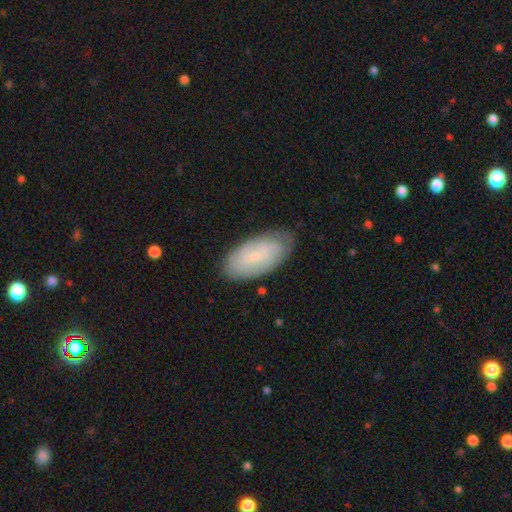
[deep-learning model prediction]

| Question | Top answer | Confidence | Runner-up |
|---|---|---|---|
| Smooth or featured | smooth | 51% | featured or disk (41%) |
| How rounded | in between | 92% | cigar-shaped (6%) |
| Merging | none | 76% | minor disturbance (19%) |